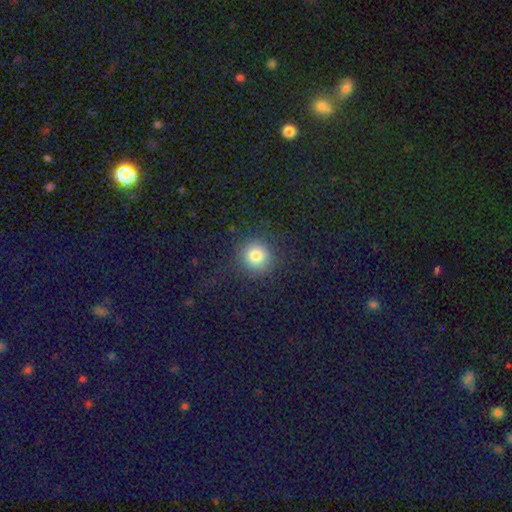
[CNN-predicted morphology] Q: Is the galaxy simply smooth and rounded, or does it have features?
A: smooth — 80%.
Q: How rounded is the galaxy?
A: round — 91%.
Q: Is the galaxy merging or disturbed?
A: none — 85%.